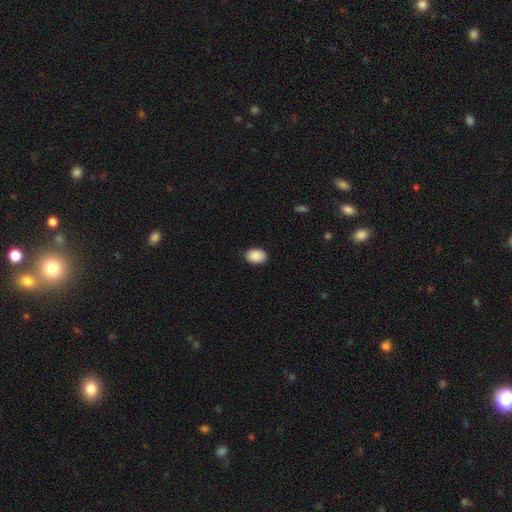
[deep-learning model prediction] A smooth galaxy with no disk features (90%) that is in between round and cigar-shaped (82%).

Vote fractions:
- Smooth or featured? smooth: 90% / star or artifact: 7% / featured or disk: 3%
- How rounded? in between: 82% / round: 17% / cigar-shaped: 1%
- Merging? none: 88% / minor disturbance: 9% / major disturbance: 2% / merger: 1%